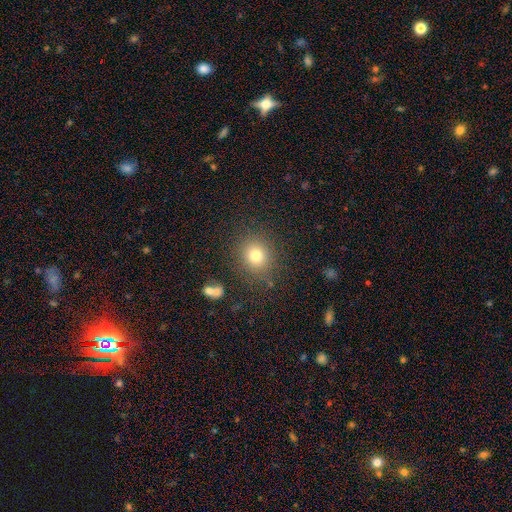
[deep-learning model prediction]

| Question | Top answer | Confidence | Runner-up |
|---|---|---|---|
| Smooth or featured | smooth | 77% | star or artifact (14%) |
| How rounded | round | 81% | in between (19%) |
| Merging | none | 85% | minor disturbance (9%) |